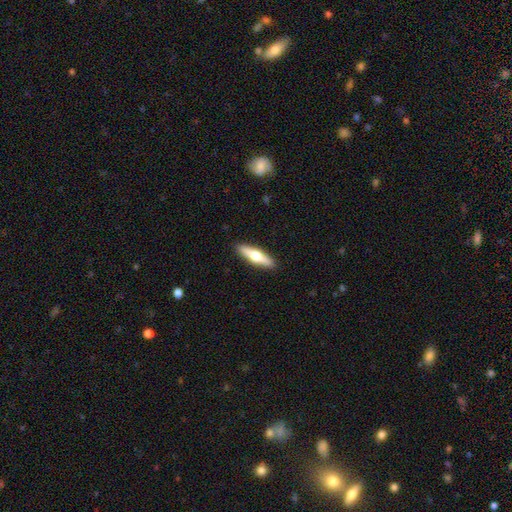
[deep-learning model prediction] featured or disk 52%, smooth 43%, star or artifact 5%. Down the decision tree: edge-on disk — yes (94%); merging — none (91%).